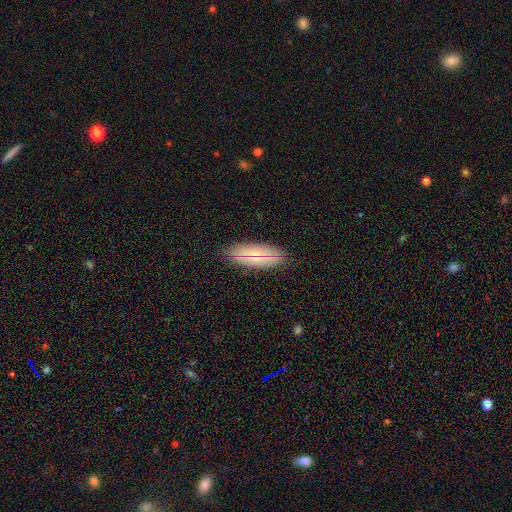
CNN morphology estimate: Smooth or featured?
  - smooth: 60% *
  - featured or disk: 26%
  - star or artifact: 14%
How rounded?
  - in between: 81% *
  - cigar-shaped: 15%
  - round: 4%
Merging?
  - none: 86% *
  - minor disturbance: 10%
  - major disturbance: 2%
  - merger: 1%